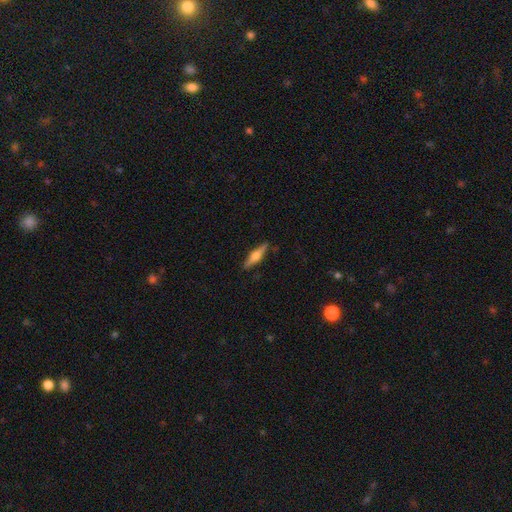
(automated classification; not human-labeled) smooth_or_featured: featured or disk (p=0.59) [alt: smooth p=0.35]
disk_edge_on: yes (p=0.96) [alt: no p=0.04]
edge_on_bulge: rounded (p=0.91) [alt: boxy p=0.06]
merging: none (p=0.88) [alt: minor disturbance p=0.09]